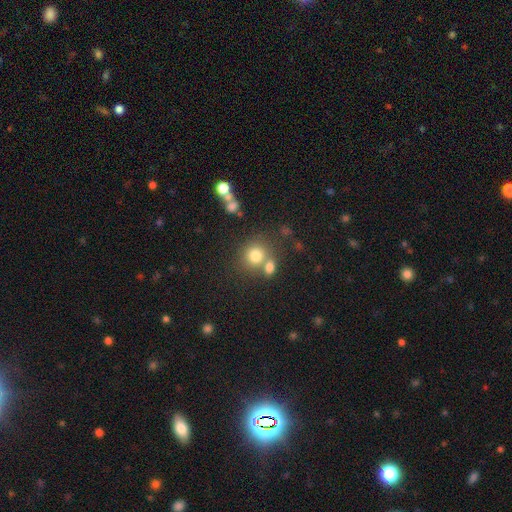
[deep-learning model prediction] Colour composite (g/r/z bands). It shows a smooth galaxy with no disk features (77%) that is round (81%). Merging: none (52%).